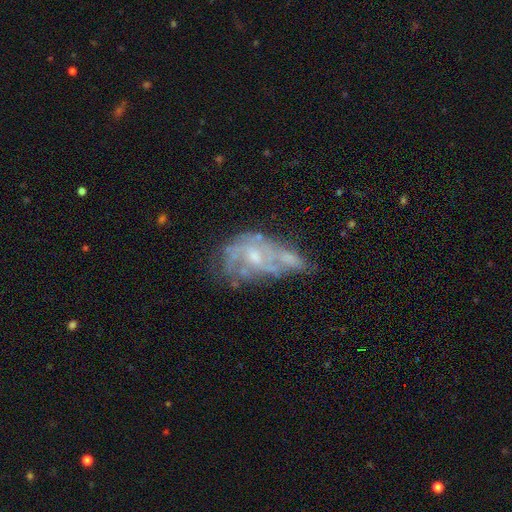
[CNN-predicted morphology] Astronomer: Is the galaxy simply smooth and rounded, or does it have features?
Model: featured or disk — 75%.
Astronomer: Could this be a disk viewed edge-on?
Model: no — 96%.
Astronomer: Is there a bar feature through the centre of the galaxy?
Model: no — 64%.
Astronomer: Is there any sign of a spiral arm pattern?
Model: yes — 70%.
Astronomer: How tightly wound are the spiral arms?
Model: tight — 41% (runner-up: medium, 40%).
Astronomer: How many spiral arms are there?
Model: can't tell — 44% (runner-up: 2, 25%).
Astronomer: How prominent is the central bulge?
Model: small — 48% (runner-up: moderate, 38%).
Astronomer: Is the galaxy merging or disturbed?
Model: none — 34% (runner-up: minor disturbance, 23%).